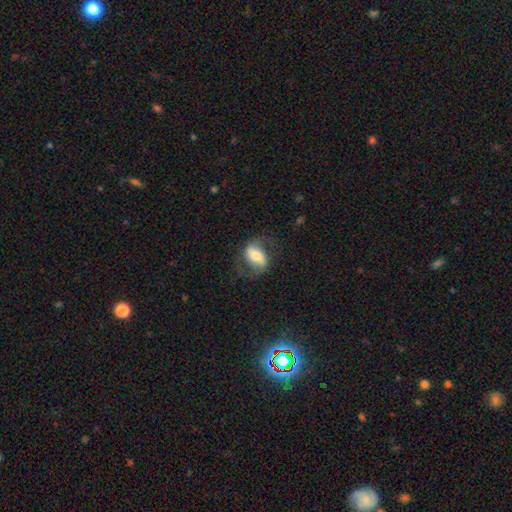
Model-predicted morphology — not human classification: Smooth or featured? Predicted: featured or disk (p=0.55). Edge-on disk? Predicted: no (p=0.92). Bar? Predicted: strong (p=0.42). Spiral arms? Predicted: yes (p=0.80). Bulge size? Predicted: moderate (p=0.57). Merging? Predicted: none (p=0.65).